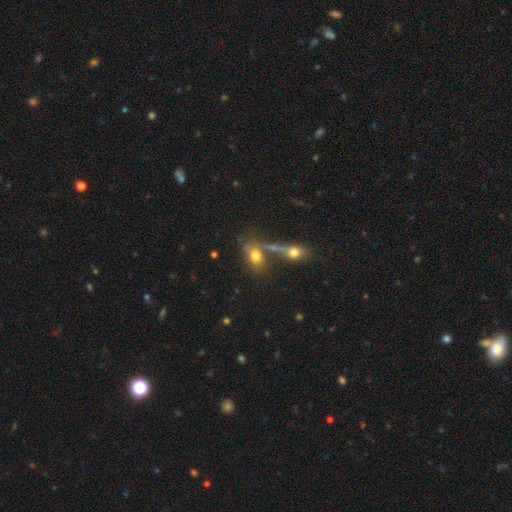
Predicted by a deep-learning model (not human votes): Smooth or featured?
  - smooth: 69% *
  - featured or disk: 18%
  - star or artifact: 13%
How rounded?
  - in between: 77% *
  - round: 19%
  - cigar-shaped: 4%
Merging?
  - merger: 42% *
  - none: 38%
  - minor disturbance: 11%
  - major disturbance: 9%